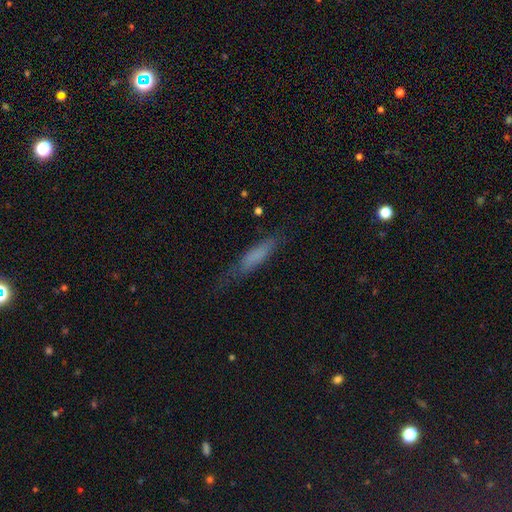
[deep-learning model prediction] Smooth or featured? Predicted: smooth (p=0.65). How rounded? Predicted: cigar-shaped (p=0.81). Merging? Predicted: none (p=0.62).